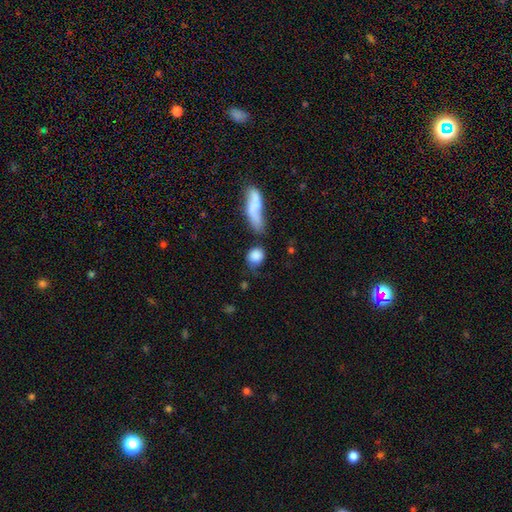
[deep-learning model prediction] smooth 84%, featured or disk 8%, star or artifact 8%. Down the decision tree: how rounded — round (60%); merging — none (49%).